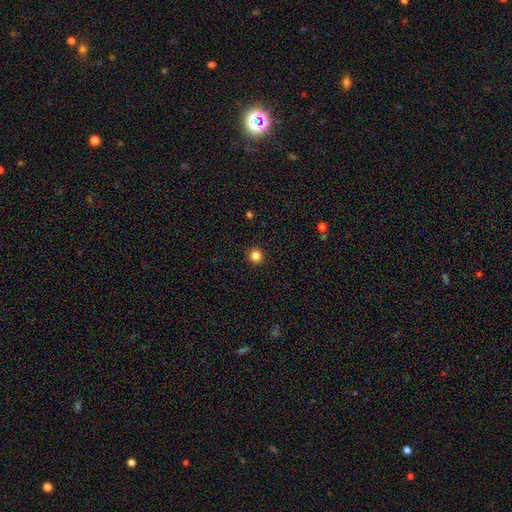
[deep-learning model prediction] A smooth galaxy with no disk features (84%) that is round (95%).

Vote fractions:
- Smooth or featured? smooth: 84% / star or artifact: 12% / featured or disk: 4%
- How rounded? round: 95% / in between: 4% / cigar-shaped: 1%
- Merging? none: 93% / minor disturbance: 4% / major disturbance: 2% / merger: 1%